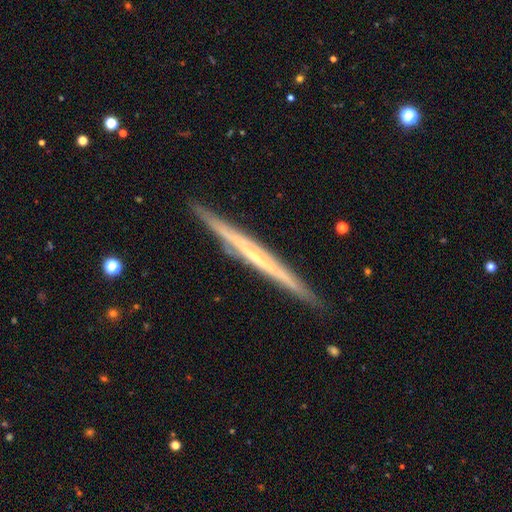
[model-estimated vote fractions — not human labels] Smooth or featured?
  - featured or disk: 72% *
  - smooth: 22%
  - star or artifact: 6%
Edge-on disk?
  - yes: 97% *
  - no: 3%
Edge-on bulge?
  - none: 71% *
  - rounded: 24%
  - boxy: 6%
Merging?
  - none: 91% *
  - minor disturbance: 7%
  - merger: 1%
  - major disturbance: 1%